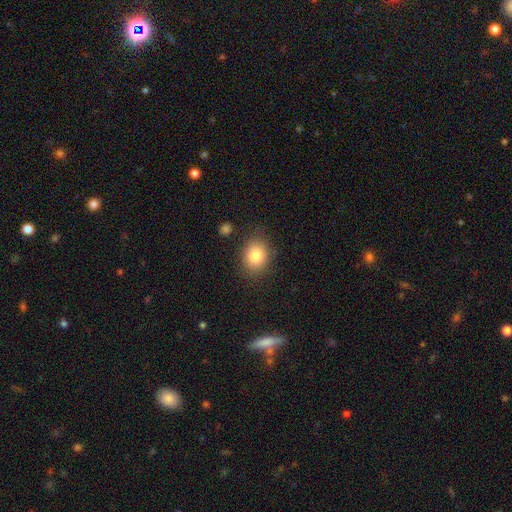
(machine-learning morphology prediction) smooth_or_featured: smooth (p=0.82) [alt: star or artifact p=0.10]
how_rounded: round (p=0.53) [alt: in between p=0.46]
merging: none (p=0.83) [alt: minor disturbance p=0.11]